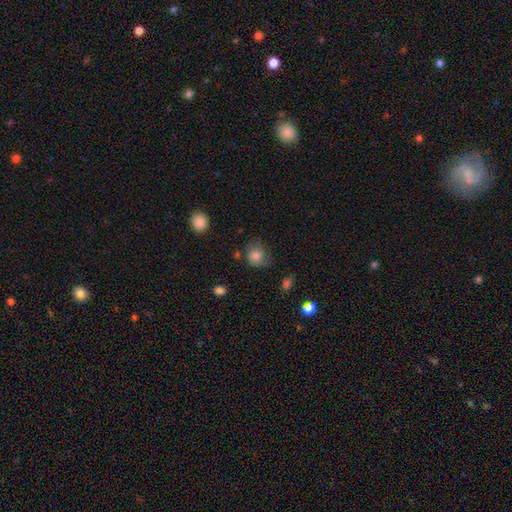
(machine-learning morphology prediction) smooth 77%, featured or disk 14%, star or artifact 10%. Down the decision tree: how rounded — round (72%); merging — none (53%).